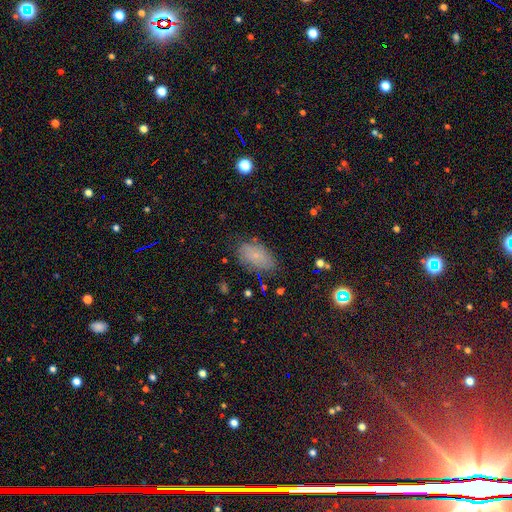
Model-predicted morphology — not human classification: smooth 70%, featured or disk 17%, star or artifact 12%. Down the decision tree: how rounded — in between (92%); merging — none (74%).